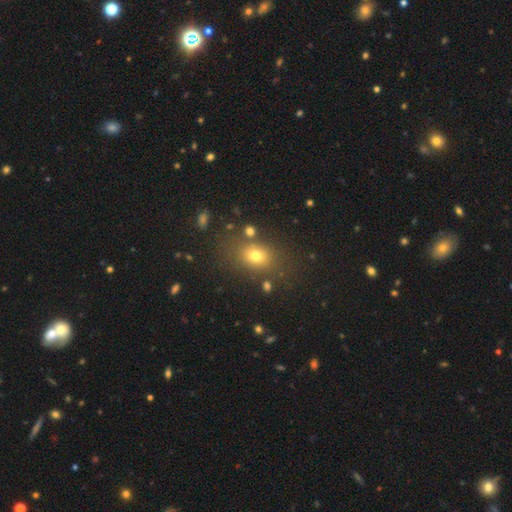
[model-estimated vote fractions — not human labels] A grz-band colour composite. It shows a smooth galaxy with no disk features (71%) that is in between round and cigar-shaped (57%). Merging: none (75%).